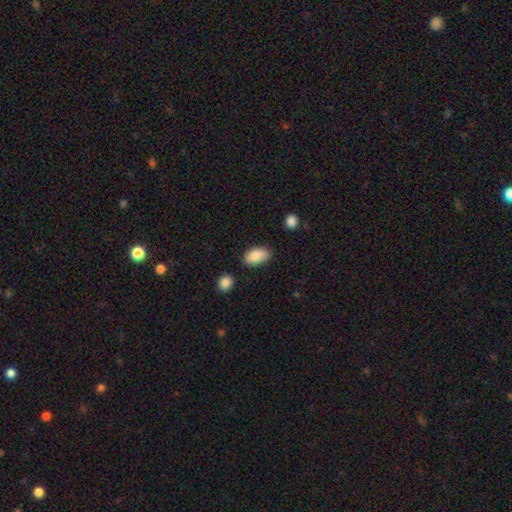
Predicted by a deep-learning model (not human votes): A smooth galaxy with no disk features (88%) that is in between round and cigar-shaped (93%).

Vote fractions:
- Smooth or featured? smooth: 88% / star or artifact: 7% / featured or disk: 6%
- How rounded? in between: 93% / round: 5% / cigar-shaped: 2%
- Merging? none: 80% / minor disturbance: 15% / major disturbance: 3% / merger: 3%